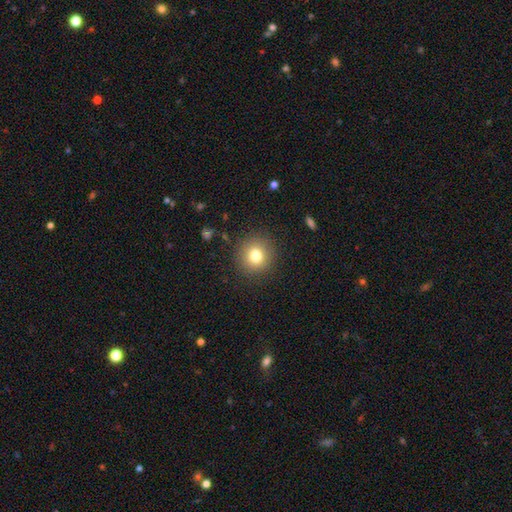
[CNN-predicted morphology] Smooth or featured?
  - smooth: 78% *
  - star or artifact: 12%
  - featured or disk: 10%
How rounded?
  - round: 92% *
  - in between: 7%
  - cigar-shaped: 1%
Merging?
  - none: 89% *
  - minor disturbance: 7%
  - major disturbance: 3%
  - merger: 1%